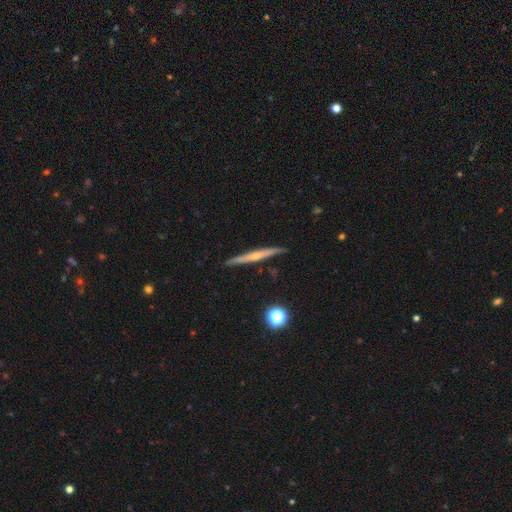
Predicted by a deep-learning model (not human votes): smooth-or-featured: featured or disk: 69% | smooth: 25% | star or artifact: 7%
  disk-edge-on: yes: 98% | no: 2%
    edge-on-bulge: rounded: 67% | none: 29% | boxy: 5%
  merging: none: 90% | minor disturbance: 7% | merger: 1% | major disturbance: 1%